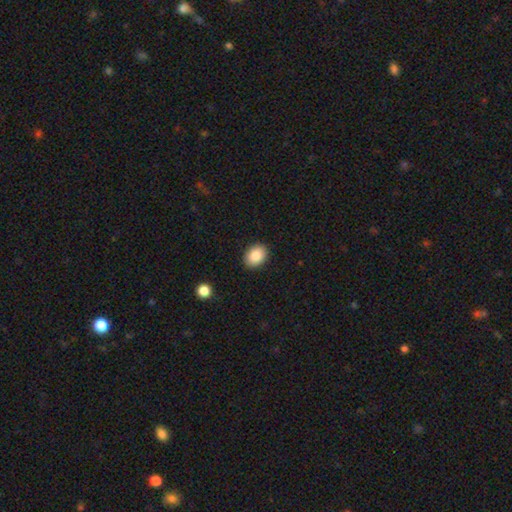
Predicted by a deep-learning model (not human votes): A smooth galaxy with no disk features (86%) that is in between round and cigar-shaped (68%). Merging: none (90%).